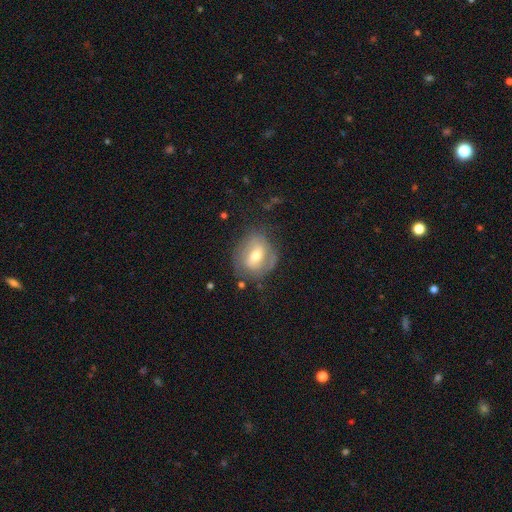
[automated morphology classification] Smooth or featured? featured or disk (48%)
Merging? none (63%)